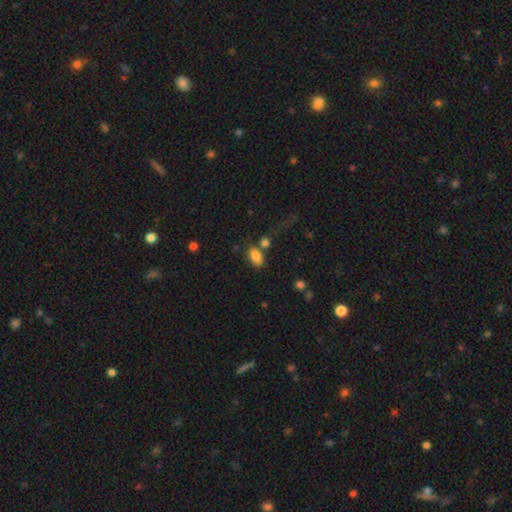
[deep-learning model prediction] smooth 83%, star or artifact 9%, featured or disk 8%. Down the decision tree: how rounded — in between (91%); merging — none (65%).